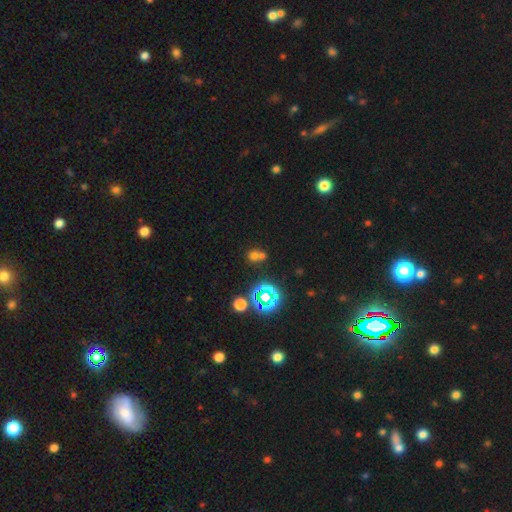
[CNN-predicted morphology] smooth 55%, star or artifact 33%, featured or disk 12%. Down the decision tree: how rounded — round (75%); merging — merger (47%).